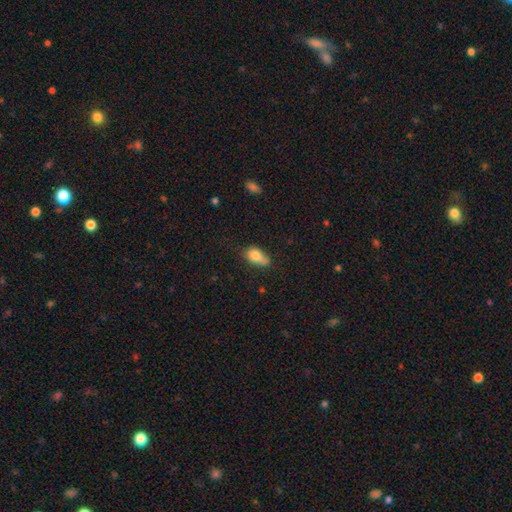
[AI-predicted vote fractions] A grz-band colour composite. It shows a smooth galaxy with no disk features (79%) that is in between round and cigar-shaped (84%). Merging: none (41%).